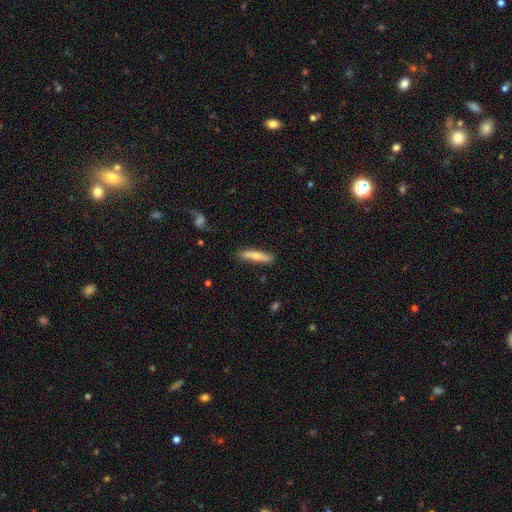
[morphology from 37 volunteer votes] Overall: smooth (68%; featured or disk 32%). How rounded: cigar-shaped (92%). Merging: none (89%).